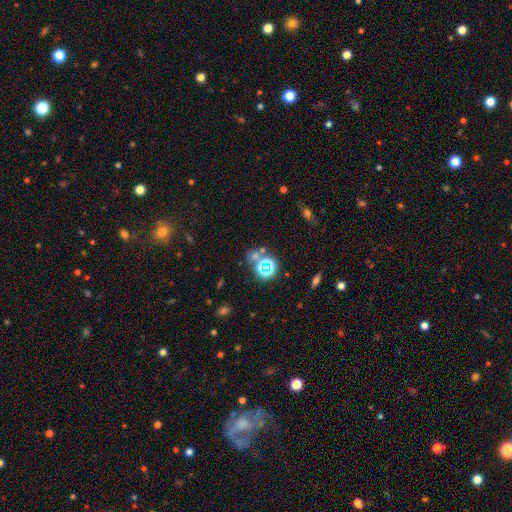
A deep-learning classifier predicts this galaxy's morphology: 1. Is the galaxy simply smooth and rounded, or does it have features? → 64% star or artifact, 26% smooth, 10% featured or disk.